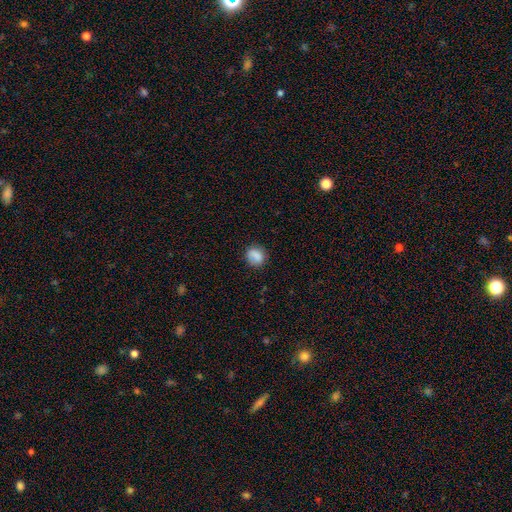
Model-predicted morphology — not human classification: type=smooth (84%); roundness=round (71%); merging=none (78%).